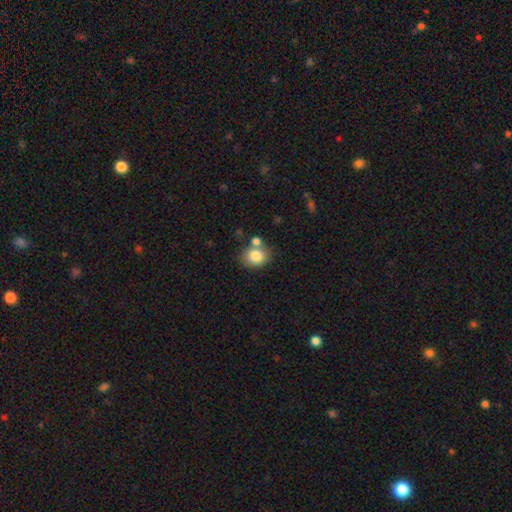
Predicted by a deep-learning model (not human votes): Smooth or featured? Predicted: smooth (p=0.81). How rounded? Predicted: round (p=0.57). Merging? Predicted: none (p=0.63).